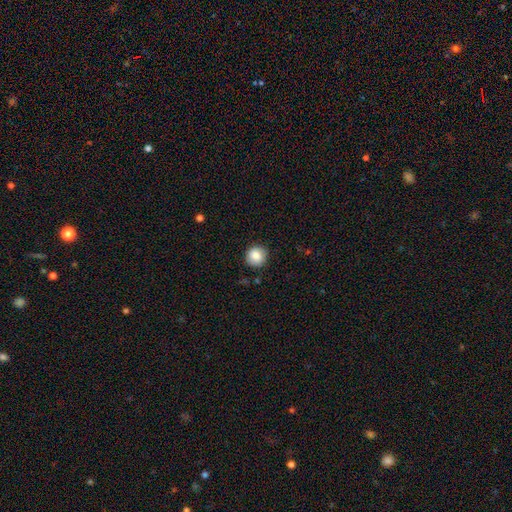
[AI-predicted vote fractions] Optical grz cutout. It shows a smooth galaxy with no disk features (85%) that is round (91%). Merging: none (86%).